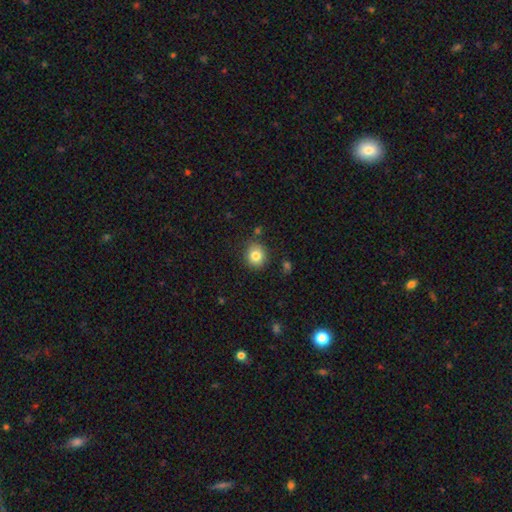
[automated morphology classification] smooth-or-featured: smooth: 82% | star or artifact: 10% | featured or disk: 8%
  how-rounded: round: 89% | in between: 10% | cigar-shaped: 1%
  merging: none: 85% | minor disturbance: 9% | merger: 3% | major disturbance: 2%